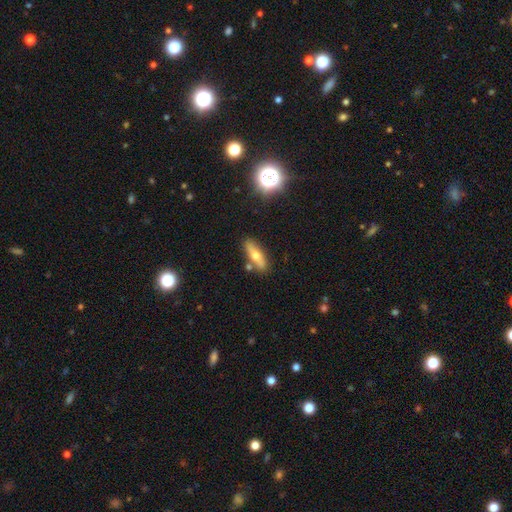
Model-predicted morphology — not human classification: Smooth or featured? Predicted: smooth (p=0.53). How rounded? Predicted: cigar-shaped (p=0.53). Merging? Predicted: none (p=0.80).